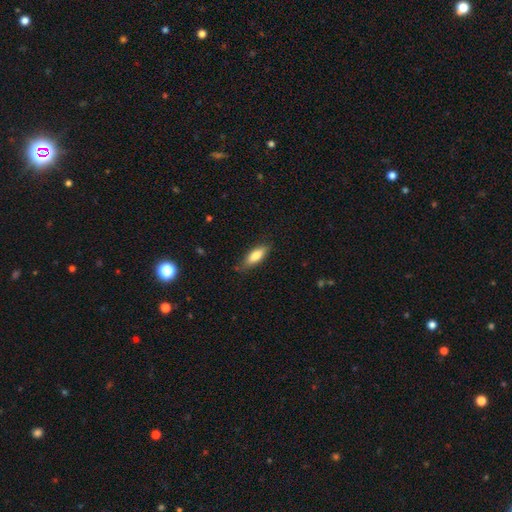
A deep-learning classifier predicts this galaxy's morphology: A smooth galaxy with no disk features (79%) that is in between round and cigar-shaped (65%). Merging: none (77%).